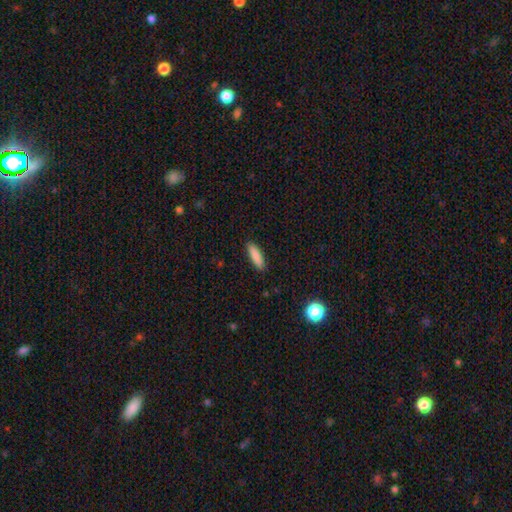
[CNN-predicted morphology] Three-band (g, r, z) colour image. It shows a smooth galaxy with no disk features (88%) that is cigar-shaped (59%). Merging: none (90%).